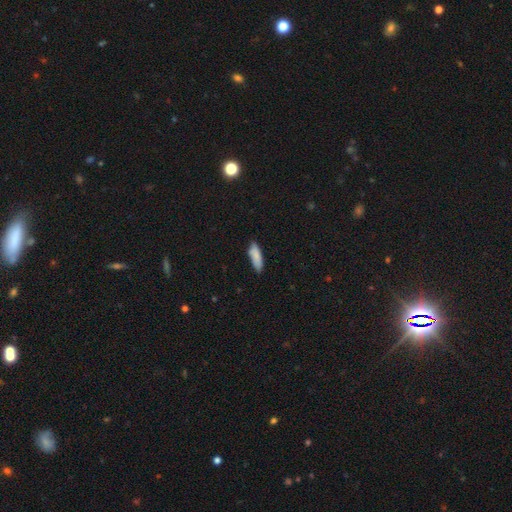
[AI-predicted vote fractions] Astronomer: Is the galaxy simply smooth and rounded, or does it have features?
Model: smooth — 85%.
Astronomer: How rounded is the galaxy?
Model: in between — 50% (runner-up: cigar-shaped, 49%).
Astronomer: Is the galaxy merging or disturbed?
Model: none — 77%.